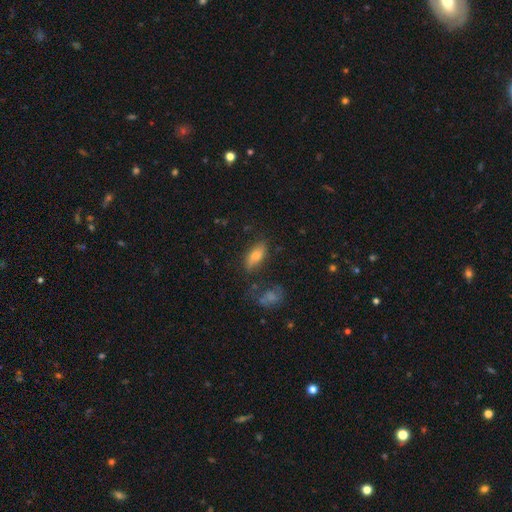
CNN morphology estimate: Smooth or featured: smooth — 72% (featured or disk — 19%)
How rounded: in between — 76% (cigar-shaped — 20%)
Merging: none — 61% (minor disturbance — 23%)